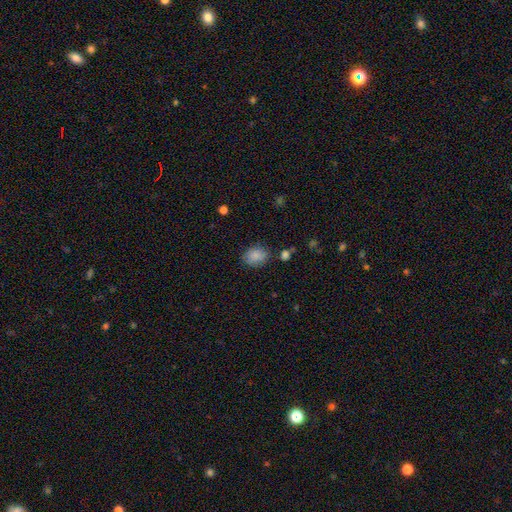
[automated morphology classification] smooth-or-featured: smooth: 86% | star or artifact: 8% | featured or disk: 6%
  how-rounded: in between: 62% | round: 37% | cigar-shaped: 1%
  merging: none: 76% | minor disturbance: 16% | major disturbance: 4% | merger: 4%